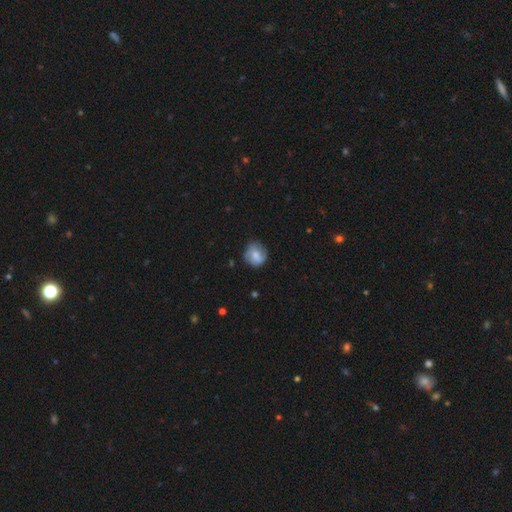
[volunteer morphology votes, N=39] Volunteers were most divided on "smooth or featured": smooth: 54%, featured or disk: 44%, star or artifact: 3%. More confident: how rounded — round (95%); merging — none (79%).